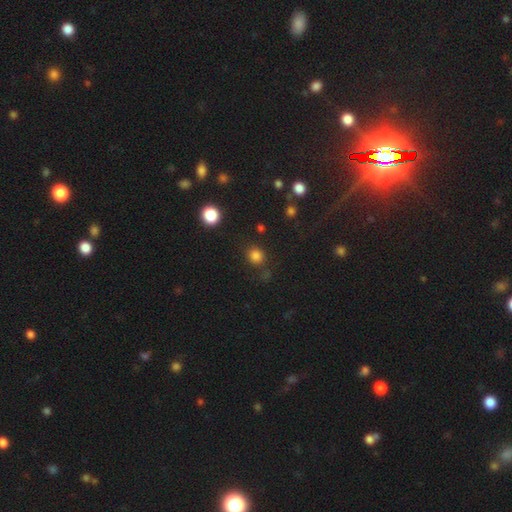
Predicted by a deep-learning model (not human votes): Q: Smooth or featured?
A: smooth (81%); runner-up: star or artifact (15%)
Q: How rounded?
A: round (82%); runner-up: in between (17%)
Q: Merging?
A: none (80%); runner-up: minor disturbance (11%)